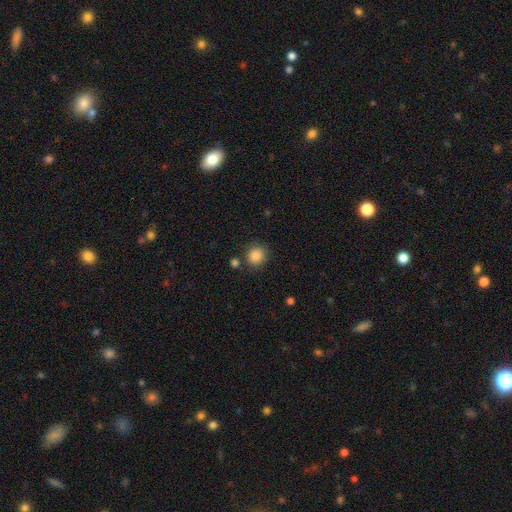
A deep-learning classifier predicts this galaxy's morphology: A smooth galaxy with no disk features (87%) that is round (85%).

Vote fractions:
- Smooth or featured? smooth: 87% / star or artifact: 10% / featured or disk: 4%
- How rounded? round: 85% / in between: 14% / cigar-shaped: 1%
- Merging? none: 81% / minor disturbance: 10% / merger: 5% / major disturbance: 4%